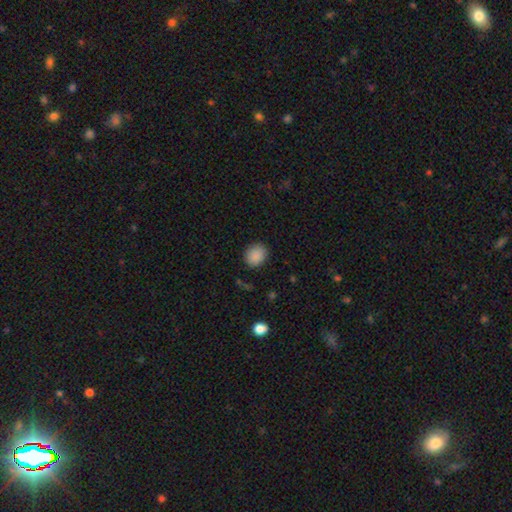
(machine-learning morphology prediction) Q: Smooth or featured?
A: smooth (88%); runner-up: star or artifact (8%)
Q: How rounded?
A: round (71%); runner-up: in between (28%)
Q: Merging?
A: none (87%); runner-up: minor disturbance (9%)